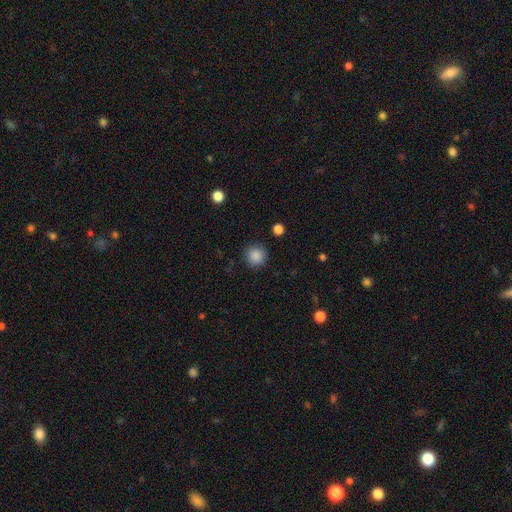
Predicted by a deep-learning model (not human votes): Smooth or featured? smooth (87%)
How rounded? round (94%)
Merging? none (89%)